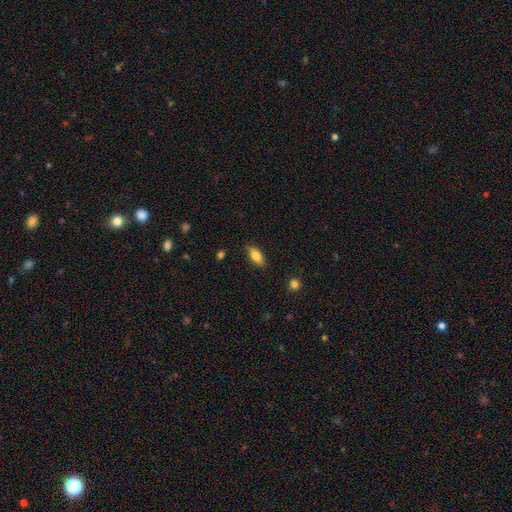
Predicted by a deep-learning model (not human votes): A smooth galaxy with no disk features (80%) that is in between round and cigar-shaped (86%).

Vote fractions:
- Smooth or featured? smooth: 80% / featured or disk: 12% / star or artifact: 7%
- How rounded? in between: 86% / cigar-shaped: 11% / round: 3%
- Merging? none: 85% / minor disturbance: 11% / major disturbance: 2% / merger: 1%